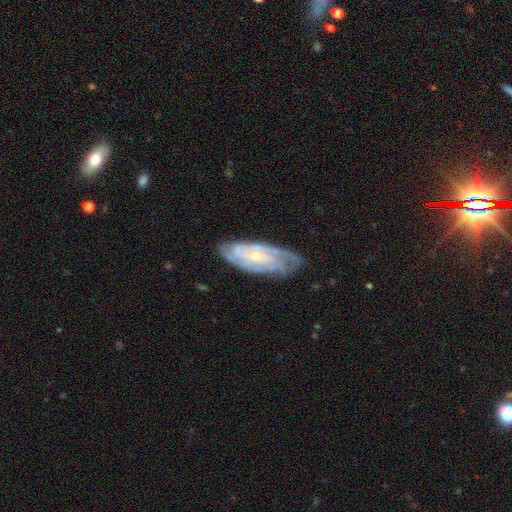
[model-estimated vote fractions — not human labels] Morphology: type=featured or disk (85%); edge-on=no (91%); bar=no (56%); spiral arms=yes (96%); winding=tight (67%); arm count=can't tell (28%); bulge=small (65%); merging=none (75%).